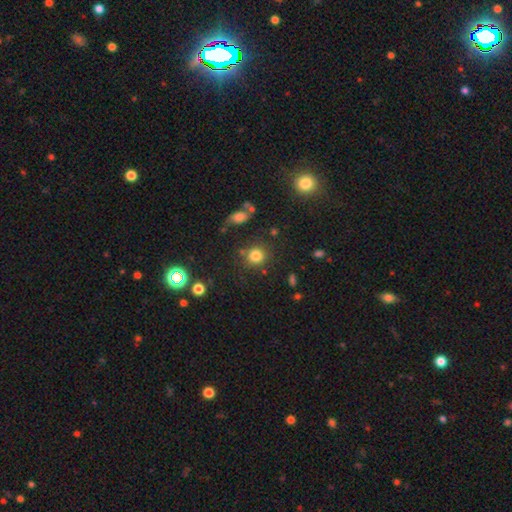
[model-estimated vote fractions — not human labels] Smooth or featured? Predicted: smooth (p=0.79). How rounded? Predicted: round (p=0.87). Merging? Predicted: none (p=0.77).